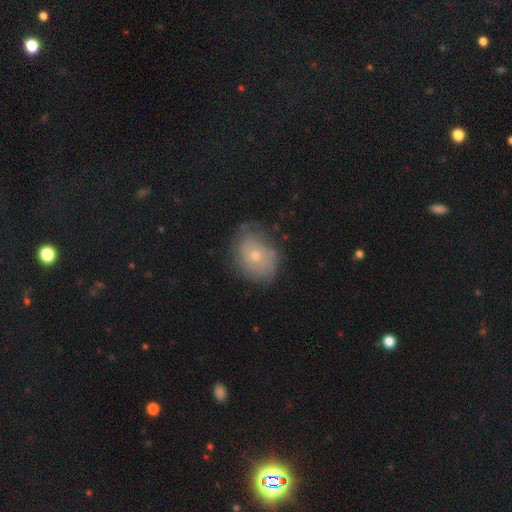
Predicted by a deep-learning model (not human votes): smooth_or_featured: smooth (p=0.48) [alt: featured or disk p=0.43]
merging: none (p=0.65) [alt: minor disturbance p=0.25]